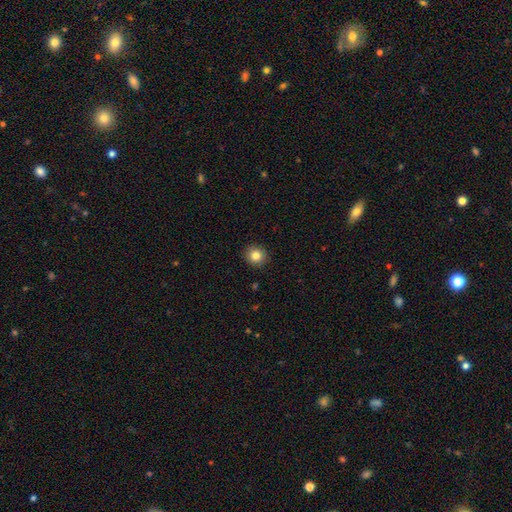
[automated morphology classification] Smooth or featured? smooth (84%)
How rounded? round (89%)
Merging? none (92%)